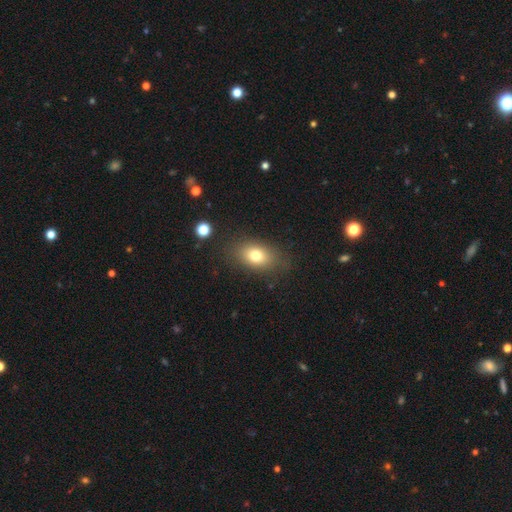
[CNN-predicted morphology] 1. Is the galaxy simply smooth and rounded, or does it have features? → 76% smooth, 14% featured or disk, 11% star or artifact.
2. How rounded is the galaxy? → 80% in between, 18% round, 2% cigar-shaped.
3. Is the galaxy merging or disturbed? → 81% none, 12% minor disturbance, 5% major disturbance, 2% merger.